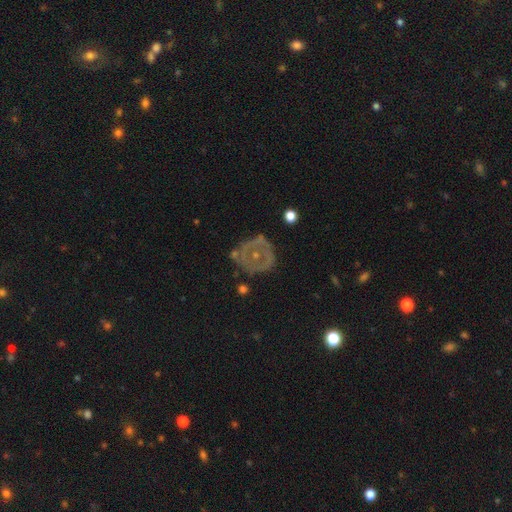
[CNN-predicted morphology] Q: Smooth or featured?
A: featured or disk (58%); runner-up: smooth (30%)
Q: Edge-on disk?
A: no (96%); runner-up: yes (4%)
Q: Bar?
A: no (87%); runner-up: weak (10%)
Q: Spiral arms?
A: no (80%); runner-up: yes (20%)
Q: Bulge size?
A: small (61%); runner-up: moderate (27%)
Q: Merging?
A: none (66%); runner-up: minor disturbance (19%)